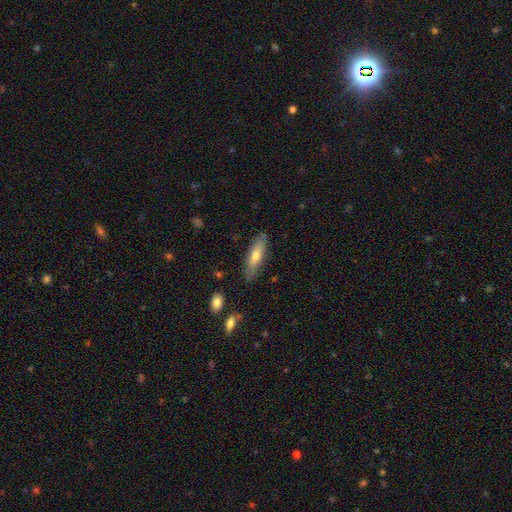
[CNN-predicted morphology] smooth-or-featured: smooth: 62% | featured or disk: 32% | star or artifact: 6%
  how-rounded: cigar-shaped: 59% | in between: 39% | round: 2%
  merging: none: 84% | minor disturbance: 12% | major disturbance: 2% | merger: 2%